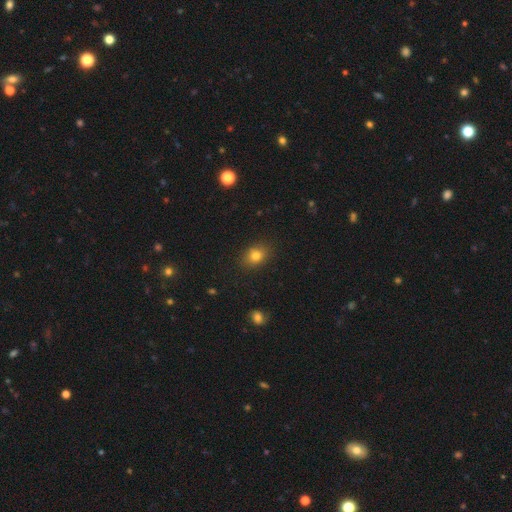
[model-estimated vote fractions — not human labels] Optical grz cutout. It shows a smooth galaxy with no disk features (79%) that is in between round and cigar-shaped (59%). Merging: none (85%).